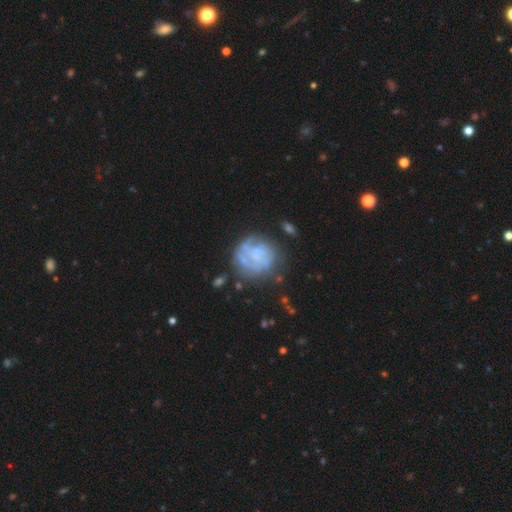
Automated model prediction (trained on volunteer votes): Smooth or featured? Predicted: featured or disk (p=0.61). Edge-on disk? Predicted: no (p=0.98). Bar? Predicted: no (p=0.81). Spiral arms? Predicted: yes (p=0.50, tied with no). Bulge size? Predicted: small (p=0.47). Merging? Predicted: none (p=0.56).